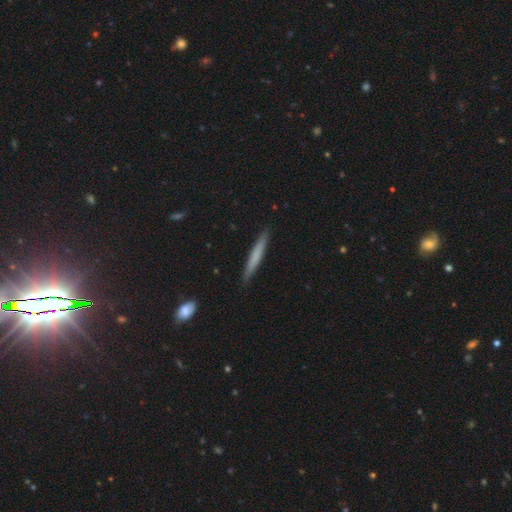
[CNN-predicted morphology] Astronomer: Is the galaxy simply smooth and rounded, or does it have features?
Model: smooth — 62%.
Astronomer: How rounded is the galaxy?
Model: cigar-shaped — 96%.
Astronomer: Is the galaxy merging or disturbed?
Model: none — 89%.